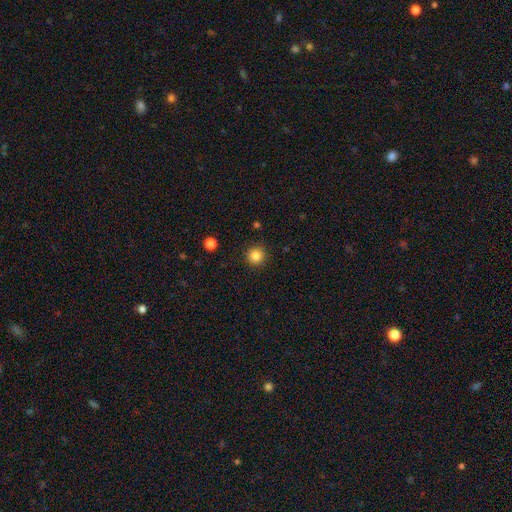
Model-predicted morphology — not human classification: Smooth or featured? smooth (84%)
How rounded? round (95%)
Merging? none (91%)